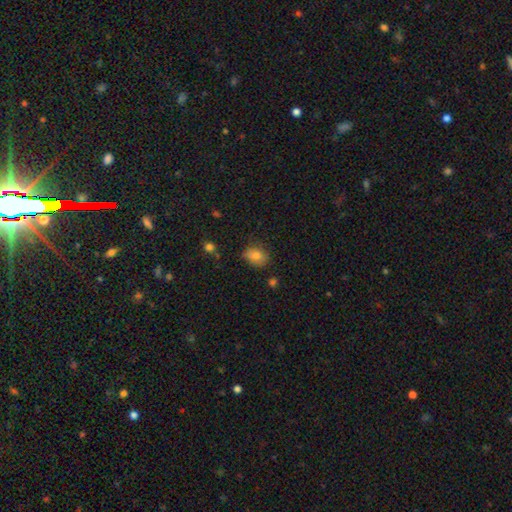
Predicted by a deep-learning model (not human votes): Morphology: type=smooth (79%); roundness=in between (61%); merging=none (76%).